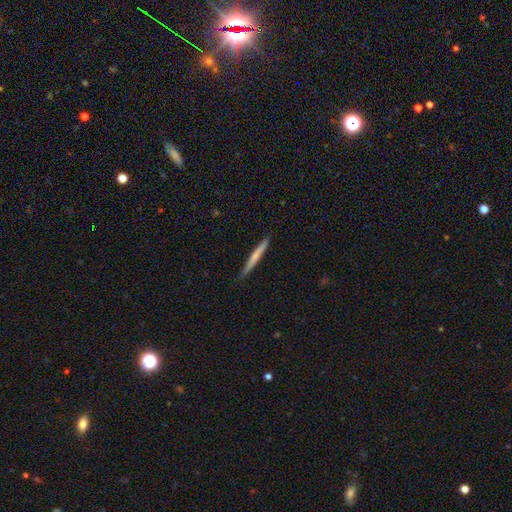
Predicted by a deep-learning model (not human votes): Smooth or featured? smooth (60%)
How rounded? cigar-shaped (96%)
Merging? none (87%)